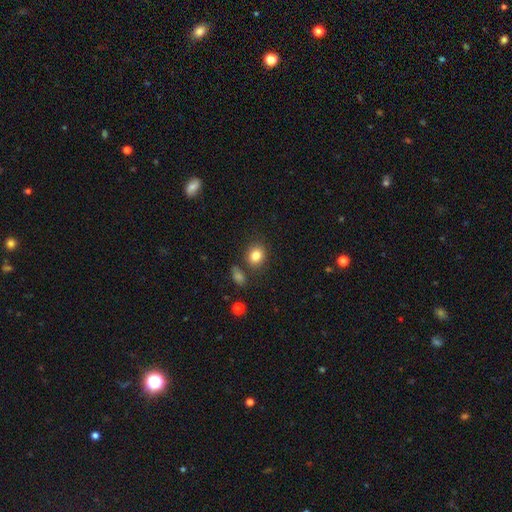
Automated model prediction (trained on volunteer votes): Smooth or featured?
  - smooth: 83% *
  - star or artifact: 11%
  - featured or disk: 7%
How rounded?
  - round: 61% *
  - in between: 38%
  - cigar-shaped: 1%
Merging?
  - none: 78% *
  - minor disturbance: 12%
  - merger: 7%
  - major disturbance: 3%